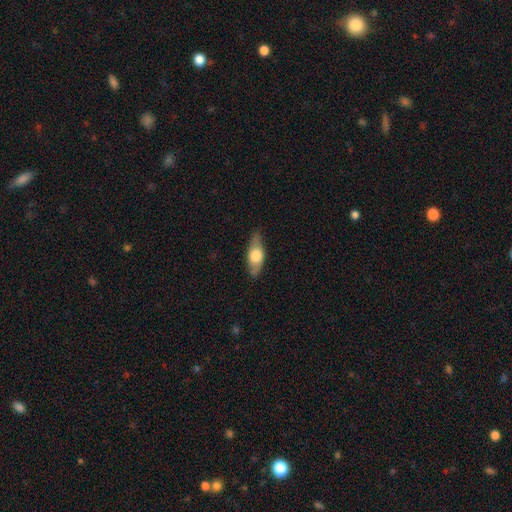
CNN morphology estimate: Smooth or featured? Predicted: smooth (p=0.55). How rounded? Predicted: in between (p=0.71). Merging? Predicted: none (p=0.81).